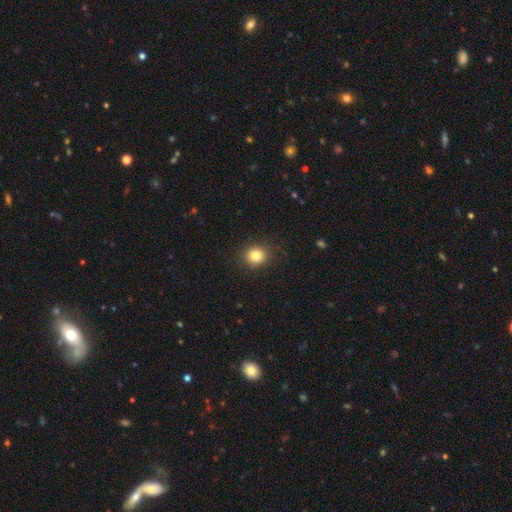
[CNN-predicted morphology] The model was most divided on "how rounded": round: 83%, in between: 16%, cigar-shaped: 1%. More confident: merging — none (88%); smooth or featured — smooth (82%).